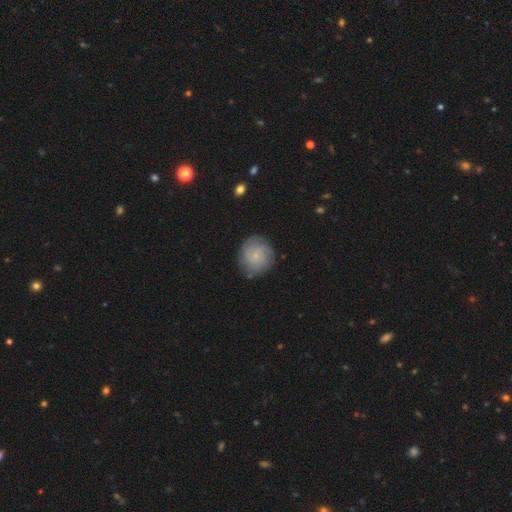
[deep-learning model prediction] This is possibly a featured or disk galaxy (51%). It is clearly not viewed edge-on (98%). Bar: likely no (77%). Spiral arm pattern: clearly yes (87%). Central bulge: likely small (80%). Merging: likely none (79%).